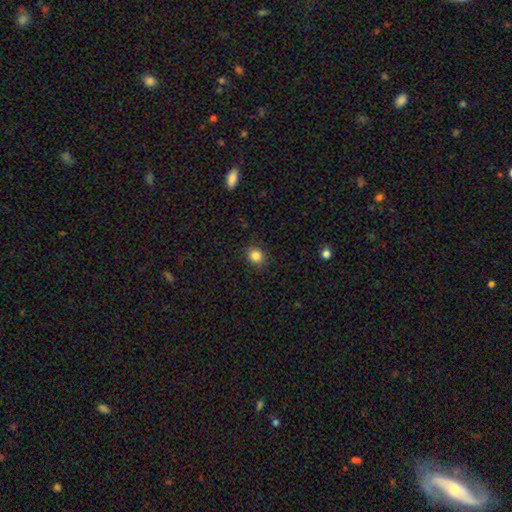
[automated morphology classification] Smooth or featured? Predicted: smooth (p=0.85). How rounded? Predicted: round (p=0.77). Merging? Predicted: none (p=0.89).